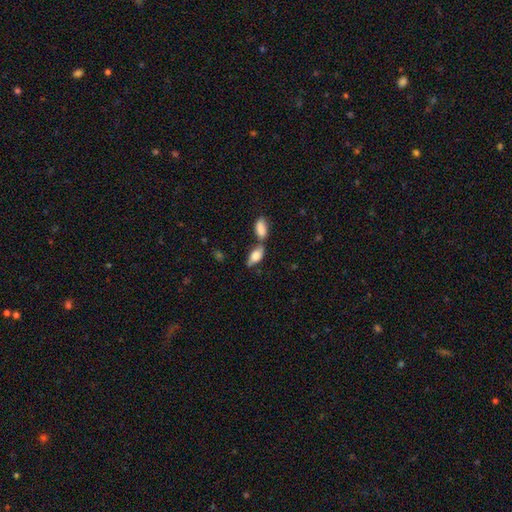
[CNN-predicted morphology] This appears to be a smooth galaxy with no disk features (77%) that is in between round and cigar-shaped (88%). Merging: merger (44%).